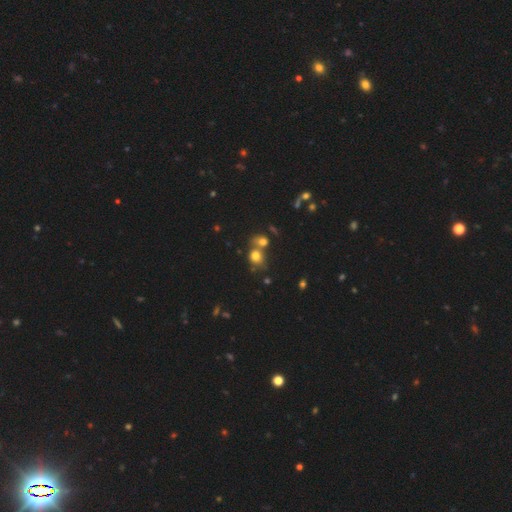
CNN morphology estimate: A smooth galaxy with no disk features (75%) that is round (67%). Merging: merger (44%).